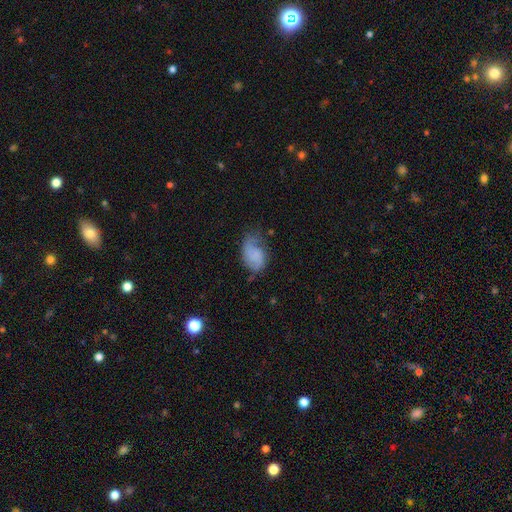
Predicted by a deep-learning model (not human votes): A featured or disk galaxy (48%).

Vote fractions:
- Smooth or featured? featured or disk: 48% / smooth: 43% / star or artifact: 9%
- Merging? none: 46% / minor disturbance: 32% / major disturbance: 19% / merger: 2%